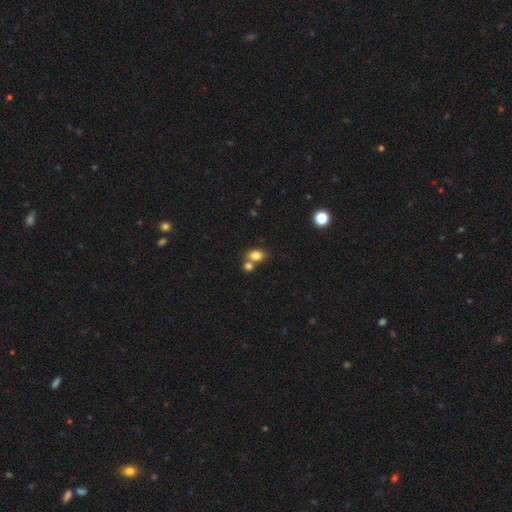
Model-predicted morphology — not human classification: Smooth or featured?
  - smooth: 81% *
  - star or artifact: 10%
  - featured or disk: 8%
How rounded?
  - in between: 75% *
  - round: 24%
  - cigar-shaped: 2%
Merging?
  - none: 50% *
  - merger: 36%
  - minor disturbance: 10%
  - major disturbance: 4%